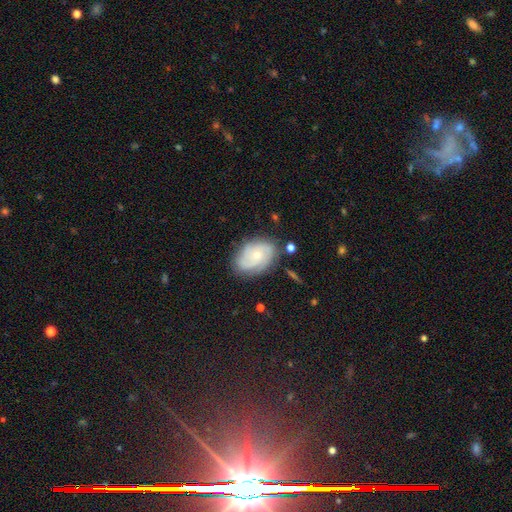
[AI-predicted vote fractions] Morphology: type=featured or disk (71%); edge-on=no (97%); bar=no (75%); spiral arms=yes (93%); winding=tight (54%); arm count=3 (34%); bulge=small (67%); merging=none (75%).